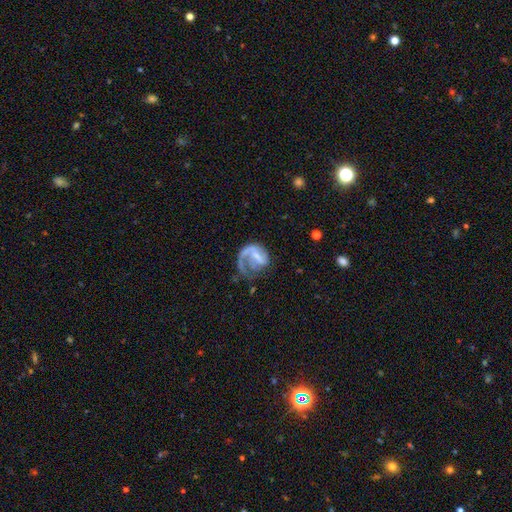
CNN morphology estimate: A featured or disk galaxy (76%) with a weak bar (48%), 1 (65%) medium (40%) spiral arms (85%) and a small central bulge (45%).

Vote fractions:
- Smooth or featured? featured or disk: 76% / smooth: 17% / star or artifact: 6%
- Edge-on disk? no: 98% / yes: 2%
- Bar? weak: 48% / strong: 29% / no: 24%
- Spiral arms? yes: 85% / no: 15%
- Spiral winding? medium: 40% / loose: 38% / tight: 23%
- Spiral arm count? 1: 65% / 2: 25% / can't tell: 7% / 3: 2% / 4: 1% / more than 4: 1%
- Bulge size? small: 45% / none: 27% / moderate: 23% / large: 3% / dominant: 1%
- Merging? major disturbance: 45% / none: 32% / minor disturbance: 18% / merger: 4%